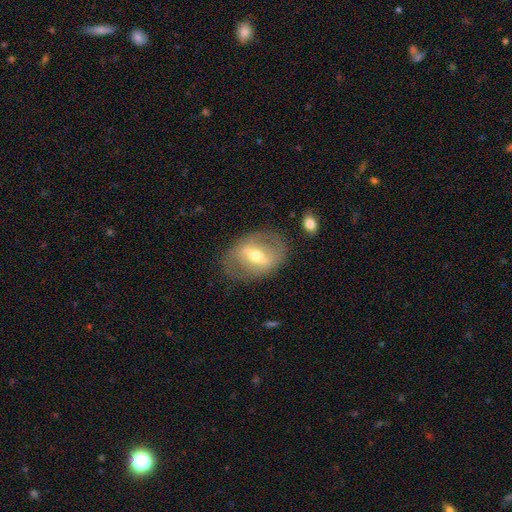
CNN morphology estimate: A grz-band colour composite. It shows a featured or disk galaxy (70%) with a strong bar (64%), no spiral arms (65%) and a moderate central bulge (68%). Merging: none (76%).